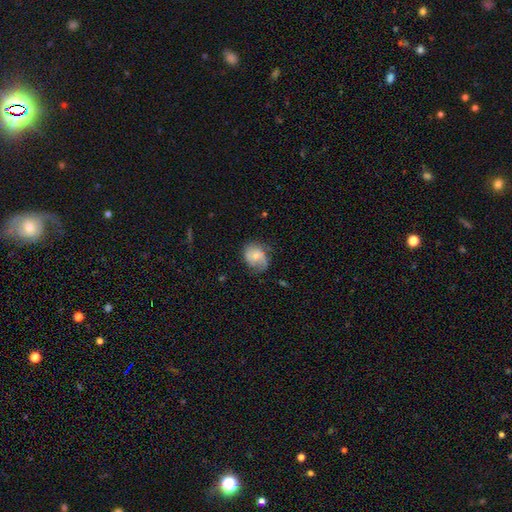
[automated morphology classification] type=smooth (51%); roundness=round (52%); merging=none (58%).